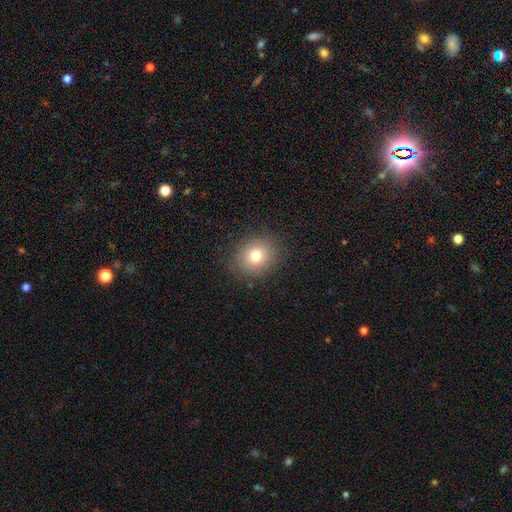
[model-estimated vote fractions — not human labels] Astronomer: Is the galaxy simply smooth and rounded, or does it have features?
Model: smooth — 75%.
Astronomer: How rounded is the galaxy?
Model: round — 73%.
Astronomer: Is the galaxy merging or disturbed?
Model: none — 87%.